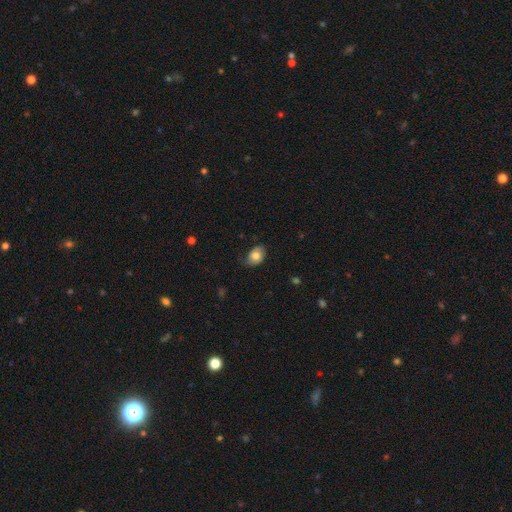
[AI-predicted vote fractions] A smooth galaxy with no disk features (75%) that is in between round and cigar-shaped (74%). Merging: none (64%).